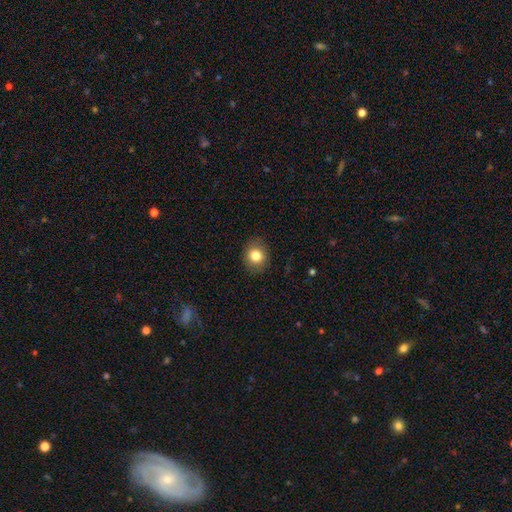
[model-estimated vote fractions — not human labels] A smooth galaxy with no disk features (81%) that is round (69%).

Vote fractions:
- Smooth or featured? smooth: 81% / star or artifact: 10% / featured or disk: 9%
- How rounded? round: 69% / in between: 30% / cigar-shaped: 1%
- Merging? none: 87% / minor disturbance: 10% / major disturbance: 3% / merger: 1%